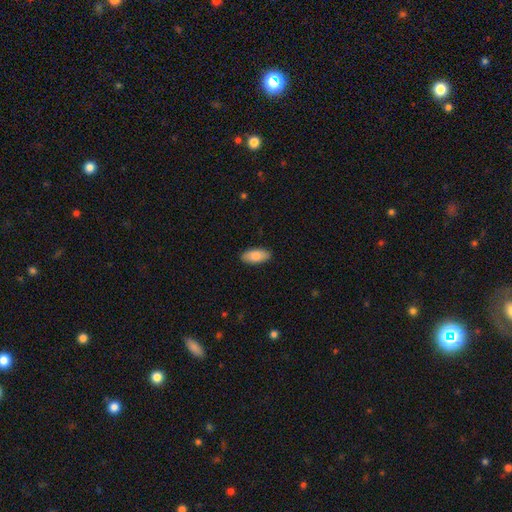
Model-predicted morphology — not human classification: The model was most divided on "smooth or featured": smooth: 86%, featured or disk: 9%, star or artifact: 6%. More confident: merging — none (89%); how rounded — in between (89%).